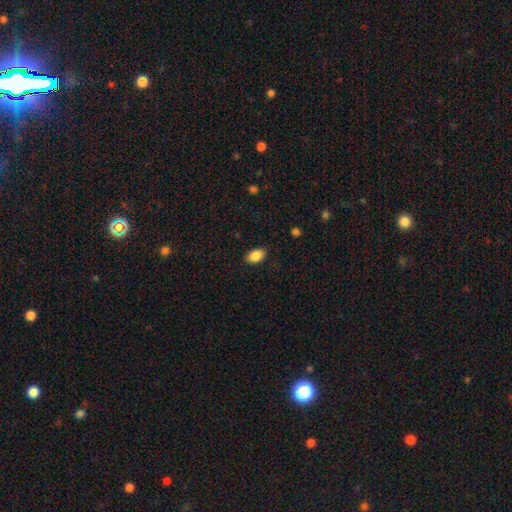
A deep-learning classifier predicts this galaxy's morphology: A smooth galaxy with no disk features (87%) that is in between round and cigar-shaped (90%).

Vote fractions:
- Smooth or featured? smooth: 87% / star or artifact: 8% / featured or disk: 5%
- How rounded? in between: 90% / round: 8% / cigar-shaped: 2%
- Merging? none: 87% / minor disturbance: 10% / major disturbance: 2% / merger: 1%